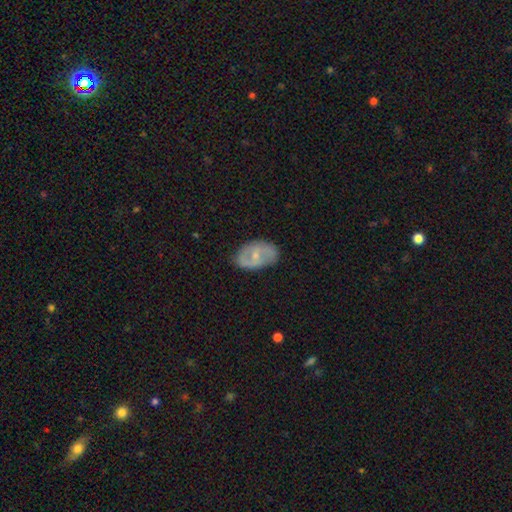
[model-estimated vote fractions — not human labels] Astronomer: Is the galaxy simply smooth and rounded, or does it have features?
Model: featured or disk — 64%.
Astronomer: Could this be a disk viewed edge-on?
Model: no — 95%.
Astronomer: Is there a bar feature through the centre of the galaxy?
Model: weak — 47% (runner-up: no, 36%).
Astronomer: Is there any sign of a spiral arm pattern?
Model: yes — 74%.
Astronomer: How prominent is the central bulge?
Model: small — 62%.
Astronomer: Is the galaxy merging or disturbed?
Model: none — 78%.